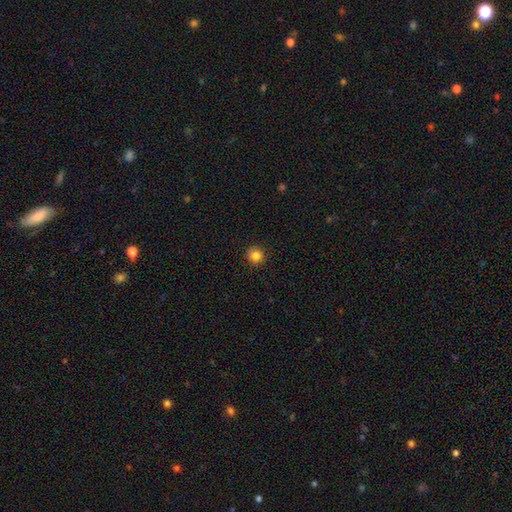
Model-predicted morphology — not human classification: The model was most divided on "smooth or featured": smooth: 85%, star or artifact: 11%, featured or disk: 4%. More confident: how rounded — round (94%); merging — none (92%).